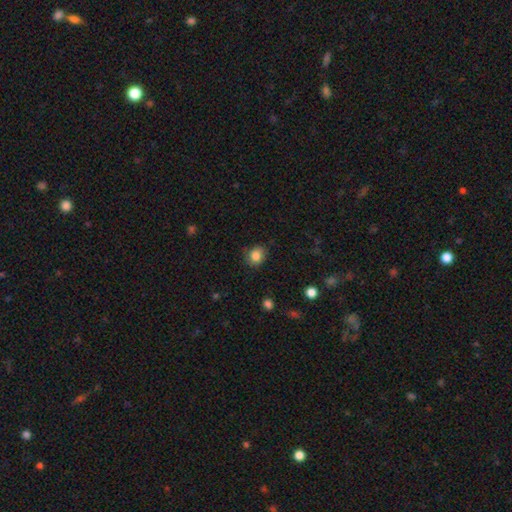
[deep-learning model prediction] Smooth or featured?
  - smooth: 84% *
  - star or artifact: 9%
  - featured or disk: 7%
How rounded?
  - round: 65% *
  - in between: 34%
  - cigar-shaped: 1%
Merging?
  - none: 77% *
  - minor disturbance: 18%
  - major disturbance: 4%
  - merger: 1%